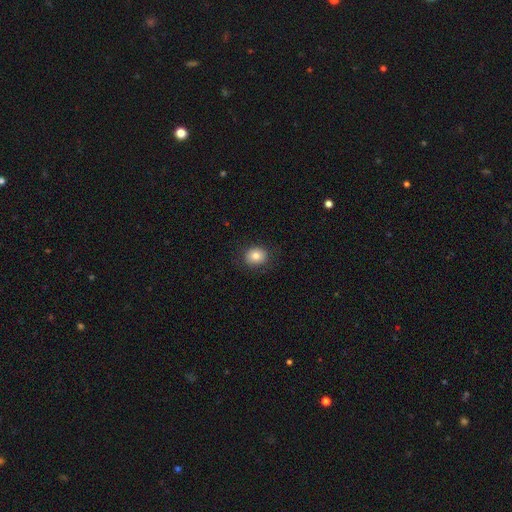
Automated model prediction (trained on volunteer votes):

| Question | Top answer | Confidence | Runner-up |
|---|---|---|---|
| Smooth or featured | smooth | 82% | star or artifact (9%) |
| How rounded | round | 73% | in between (26%) |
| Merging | none | 82% | minor disturbance (13%) |